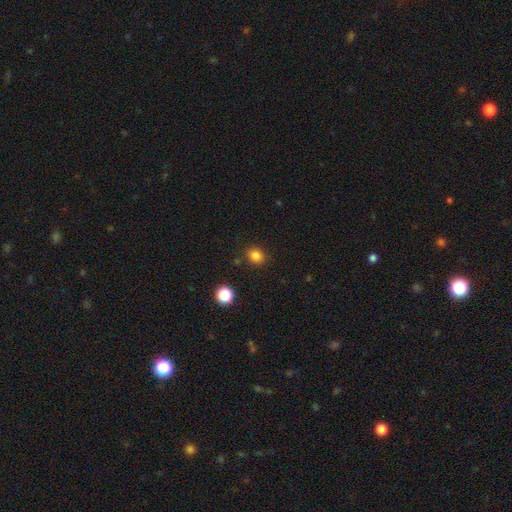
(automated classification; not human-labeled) The model was most divided on "how rounded": round: 65%, in between: 34%, cigar-shaped: 1%. More confident: merging — none (86%); smooth or featured — smooth (83%).